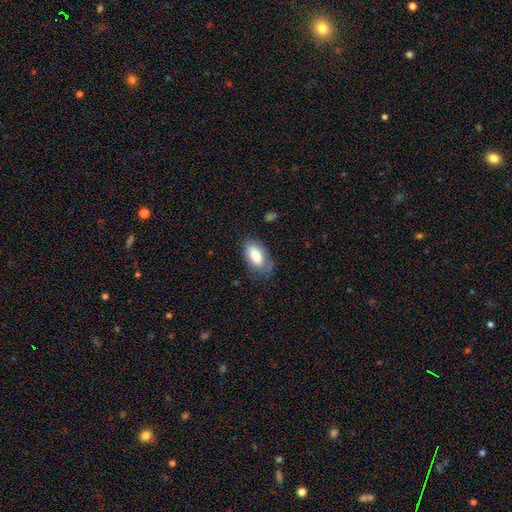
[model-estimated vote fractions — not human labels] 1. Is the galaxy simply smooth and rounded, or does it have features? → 81% smooth, 12% featured or disk, 7% star or artifact.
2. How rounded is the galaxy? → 93% in between, 3% cigar-shaped, 3% round.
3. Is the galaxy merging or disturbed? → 66% none, 25% minor disturbance, 8% major disturbance, 2% merger.